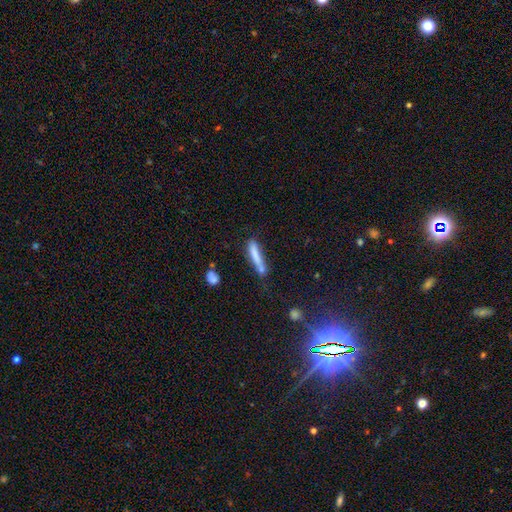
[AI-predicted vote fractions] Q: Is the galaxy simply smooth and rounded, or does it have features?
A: smooth — 73%.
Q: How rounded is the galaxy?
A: cigar-shaped — 89%.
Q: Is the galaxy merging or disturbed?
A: none — 53%.